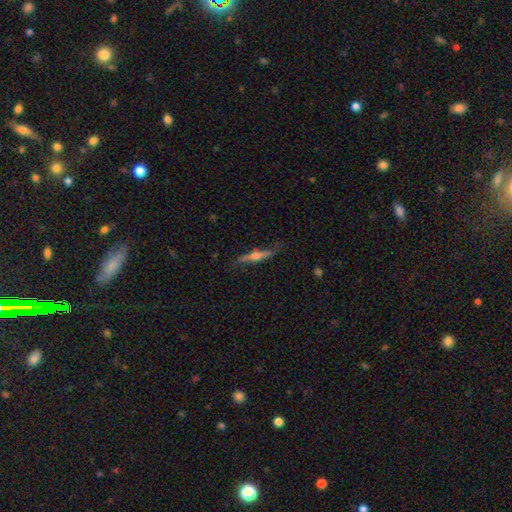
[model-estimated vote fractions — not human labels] This appears to be a featured or disk galaxy (66%) viewed edge-on (89%) with a rounded central bulge (80%). Merging: none (71%).